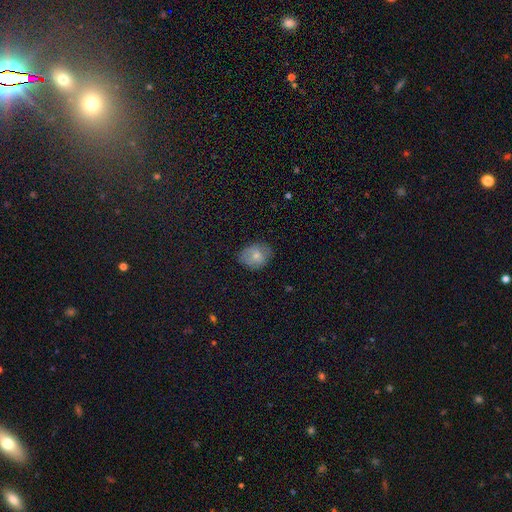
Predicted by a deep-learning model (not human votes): Morphology: type=smooth (73%); roundness=in between (54%); merging=none (72%).